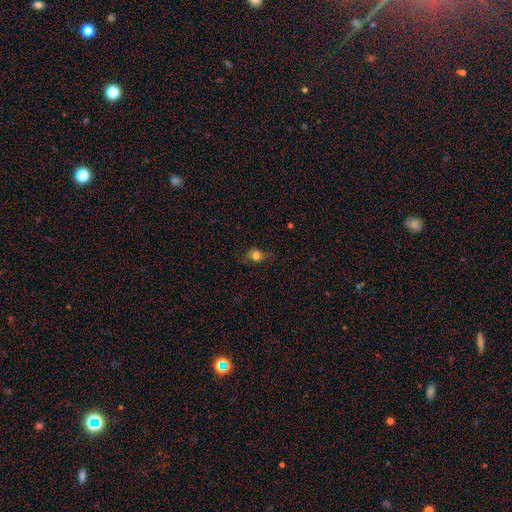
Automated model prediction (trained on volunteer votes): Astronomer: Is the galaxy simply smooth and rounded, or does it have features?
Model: smooth — 77%.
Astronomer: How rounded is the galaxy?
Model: round — 57% (runner-up: in between, 41%).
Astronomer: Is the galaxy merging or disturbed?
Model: none — 67%.